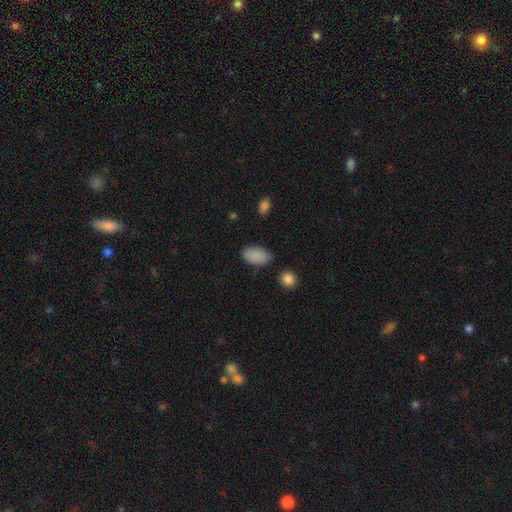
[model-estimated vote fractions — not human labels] smooth-or-featured: smooth: 89% | star or artifact: 7% | featured or disk: 4%
  how-rounded: in between: 94% | round: 5% | cigar-shaped: 2%
  merging: none: 82% | minor disturbance: 12% | major disturbance: 3% | merger: 3%